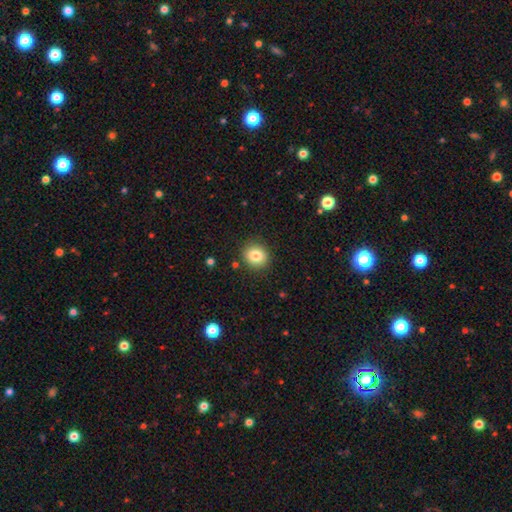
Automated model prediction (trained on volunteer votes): Overall: smooth (82%). How rounded: round (81%). Merging: none (89%).